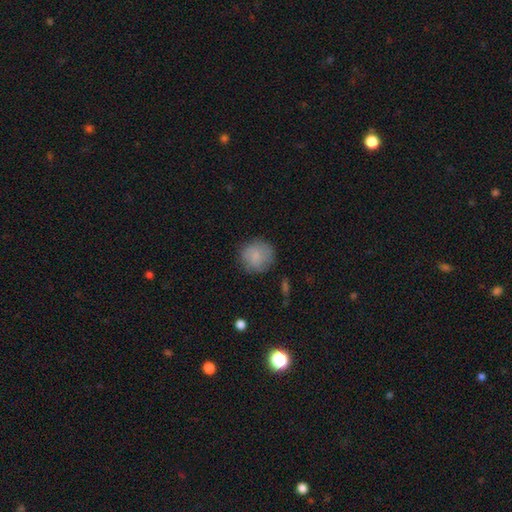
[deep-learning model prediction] Morphology: type=smooth (79%); roundness=round (90%); merging=none (76%).